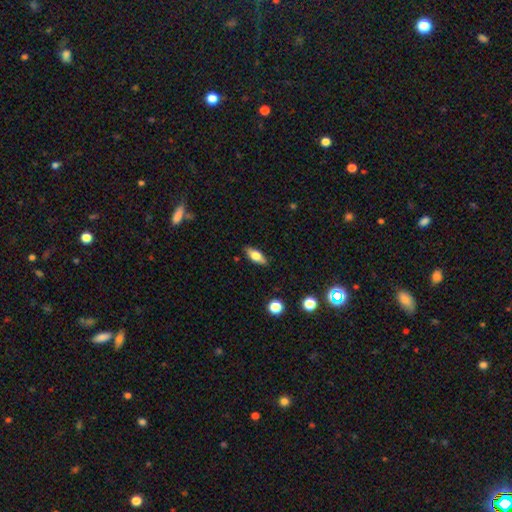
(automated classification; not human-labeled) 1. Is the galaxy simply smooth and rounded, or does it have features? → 61% smooth, 31% featured or disk, 7% star or artifact.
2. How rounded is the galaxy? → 73% in between, 24% cigar-shaped, 4% round.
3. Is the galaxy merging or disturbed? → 87% none, 10% minor disturbance, 2% major disturbance, 1% merger.